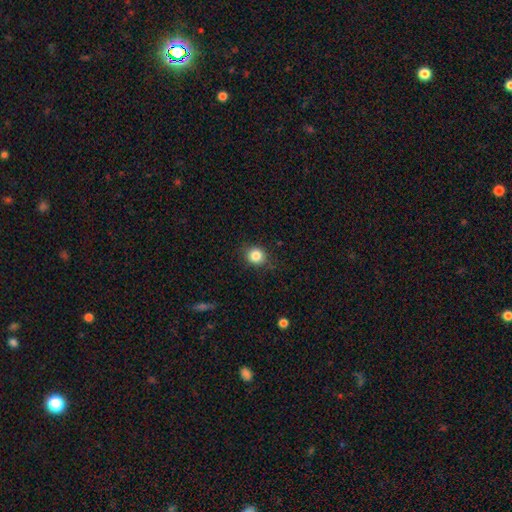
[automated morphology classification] smooth 84%, star or artifact 11%, featured or disk 5%. Down the decision tree: how rounded — round (82%); merging — none (83%).